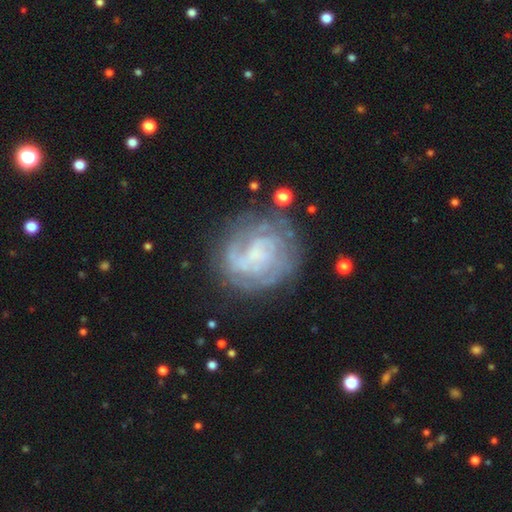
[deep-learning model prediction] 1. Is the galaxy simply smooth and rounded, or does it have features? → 76% featured or disk, 15% smooth, 8% star or artifact.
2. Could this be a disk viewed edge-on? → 98% no, 2% yes.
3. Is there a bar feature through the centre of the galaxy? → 63% no, 29% weak, 8% strong.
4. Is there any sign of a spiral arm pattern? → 84% yes, 16% no.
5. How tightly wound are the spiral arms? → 60% tight, 29% medium, 11% loose.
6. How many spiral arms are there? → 43% can't tell, 21% 2, 16% 3, 7% 4, 7% 1, 6% more than 4.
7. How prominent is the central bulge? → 49% none, 32% small, 14% moderate, 4% large, 1% dominant.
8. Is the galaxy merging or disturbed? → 69% none, 17% minor disturbance, 11% major disturbance, 3% merger.